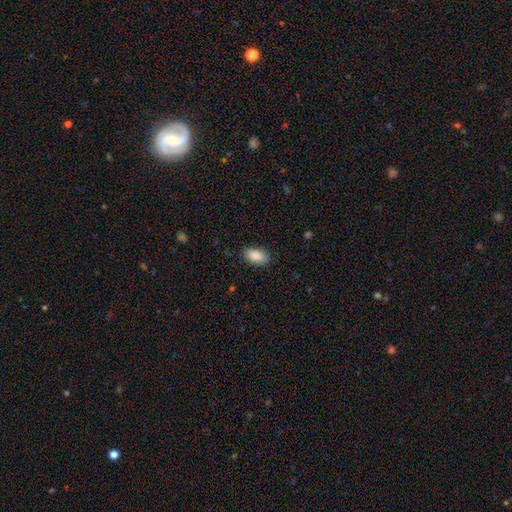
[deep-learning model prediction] smooth-or-featured: smooth: 89% | star or artifact: 7% | featured or disk: 4%
  how-rounded: in between: 93% | round: 4% | cigar-shaped: 3%
  merging: none: 85% | minor disturbance: 12% | major disturbance: 3% | merger: 1%